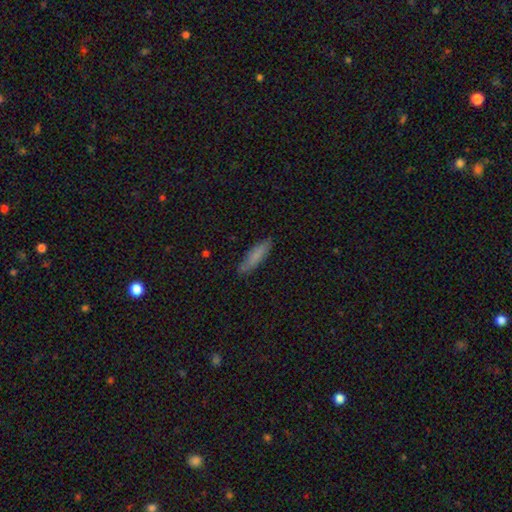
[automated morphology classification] This is likely a smooth galaxy (78%). How rounded: likely cigar-shaped (74%). Merging: clearly none (83%).